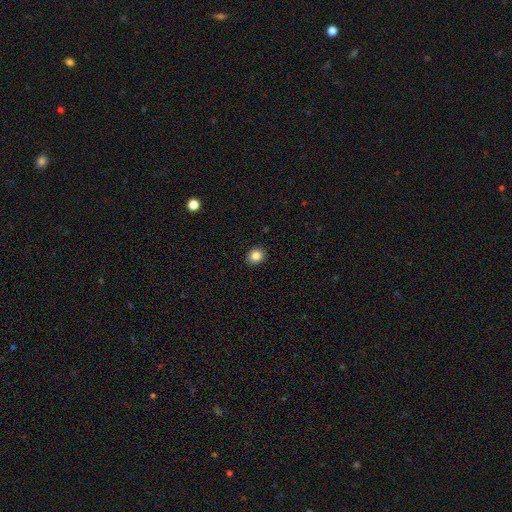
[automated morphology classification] Smooth or featured? smooth (86%)
How rounded? round (64%)
Merging? none (89%)